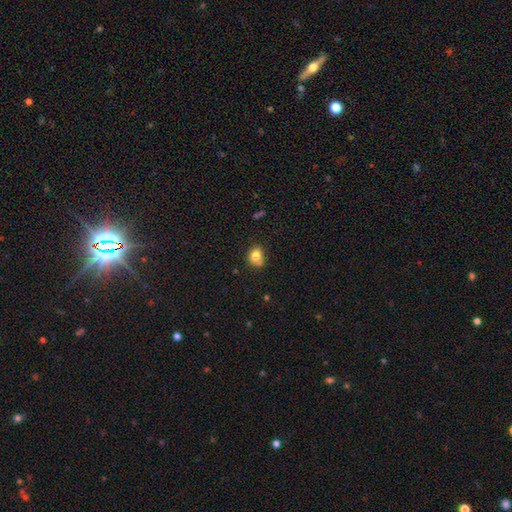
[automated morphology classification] Smooth or featured?
  - smooth: 79% *
  - star or artifact: 11%
  - featured or disk: 11%
How rounded?
  - round: 65% *
  - in between: 34%
  - cigar-shaped: 1%
Merging?
  - none: 60% *
  - minor disturbance: 19%
  - merger: 16%
  - major disturbance: 5%